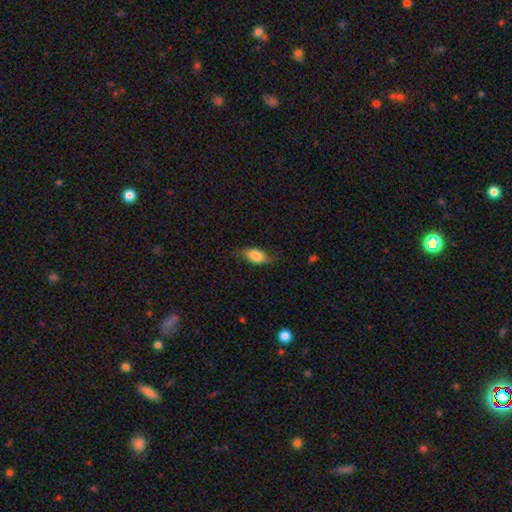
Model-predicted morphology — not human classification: Smooth or featured? Predicted: smooth (p=0.79). How rounded? Predicted: in between (p=0.86). Merging? Predicted: none (p=0.72).